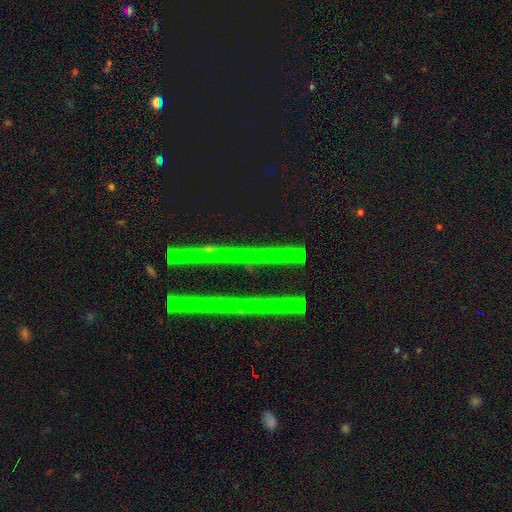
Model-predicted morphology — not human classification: Q: Smooth or featured?
A: star or artifact (48%); runner-up: featured or disk (38%)